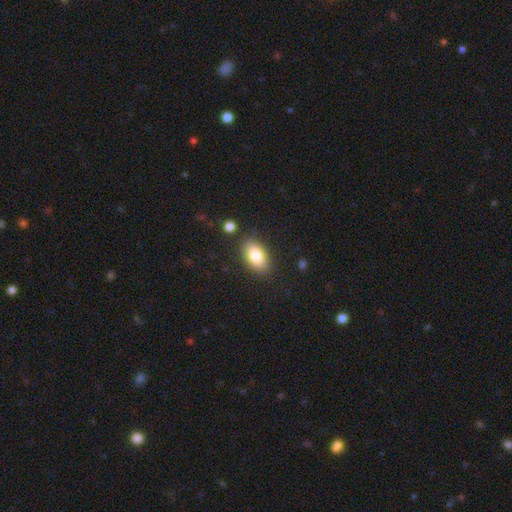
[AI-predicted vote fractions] A smooth galaxy with no disk features (82%) that is in between round and cigar-shaped (91%). Merging: none (84%).